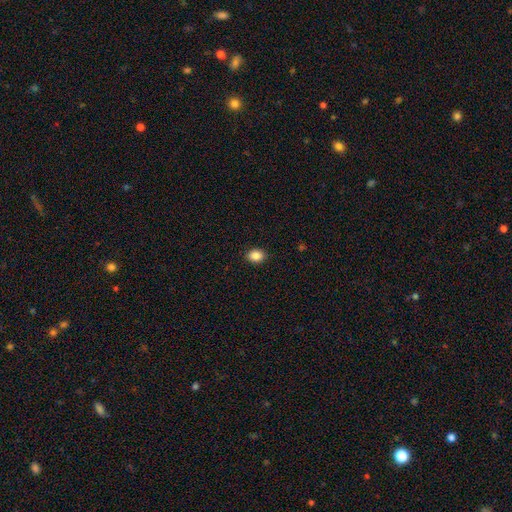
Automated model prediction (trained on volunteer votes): Q: Smooth or featured?
A: smooth (87%); runner-up: star or artifact (9%)
Q: How rounded?
A: in between (58%); runner-up: round (41%)
Q: Merging?
A: none (90%); runner-up: minor disturbance (7%)